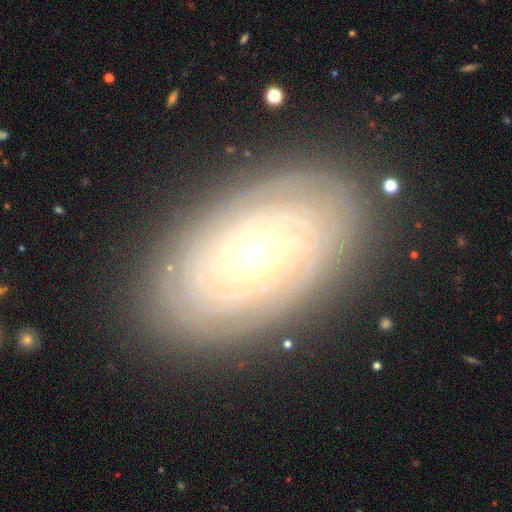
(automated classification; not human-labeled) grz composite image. It shows a featured or disk galaxy (79%) with no bar (79%), tight (87%) spiral arms (91%) and a small central bulge (56%). Merging: none (84%).